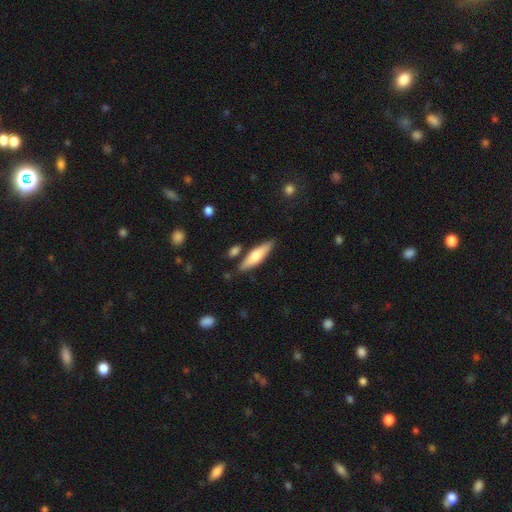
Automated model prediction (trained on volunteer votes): Smooth or featured? smooth (63%)
How rounded? cigar-shaped (65%)
Merging? none (81%)